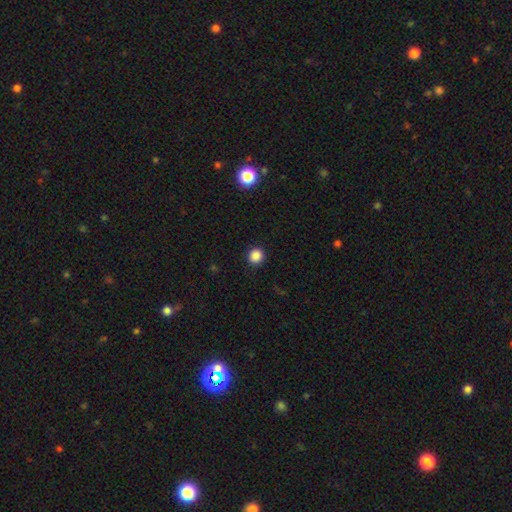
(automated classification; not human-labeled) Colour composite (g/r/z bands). It shows a smooth galaxy with no disk features (87%) that is round (91%). Merging: none (92%).